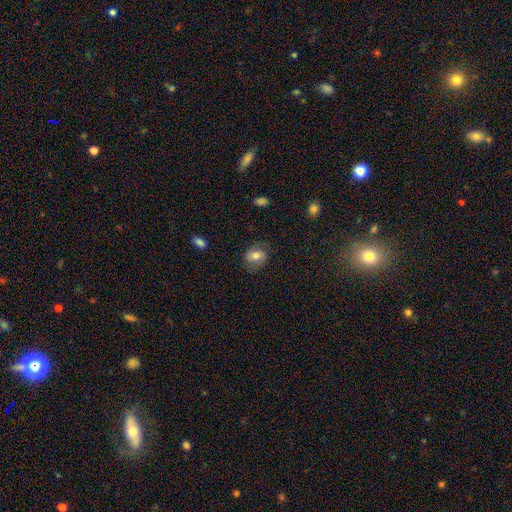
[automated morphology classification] A smooth galaxy with no disk features (62%) that is in between round and cigar-shaped (55%). Merging: none (72%).